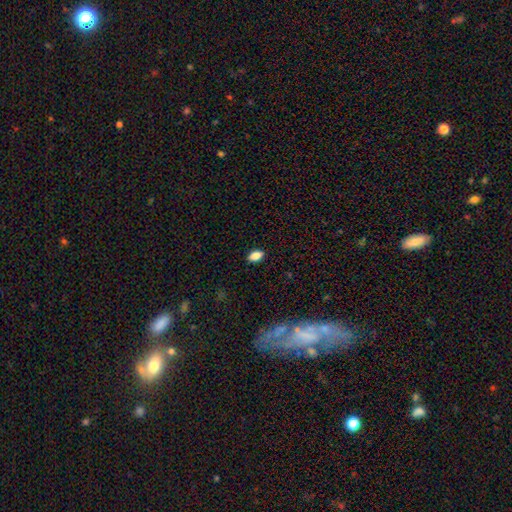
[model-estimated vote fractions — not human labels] A smooth galaxy with no disk features (85%) that is in between round and cigar-shaped (90%).

Vote fractions:
- Smooth or featured? smooth: 85% / star or artifact: 9% / featured or disk: 6%
- How rounded? in between: 90% / round: 6% / cigar-shaped: 4%
- Merging? none: 88% / minor disturbance: 9% / major disturbance: 2% / merger: 1%